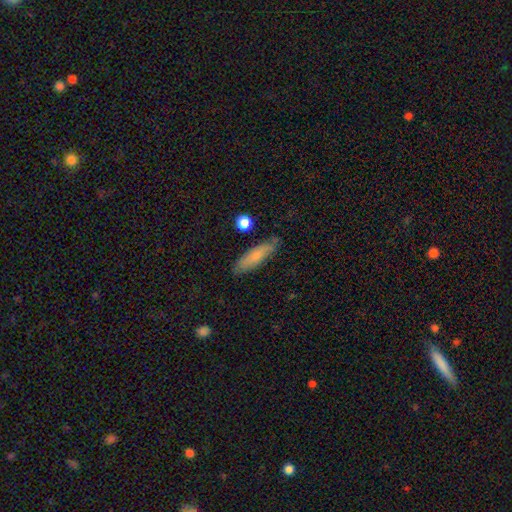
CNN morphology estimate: This appears to be a smooth galaxy with no disk features (72%) that is cigar-shaped (67%). Merging: none (79%).